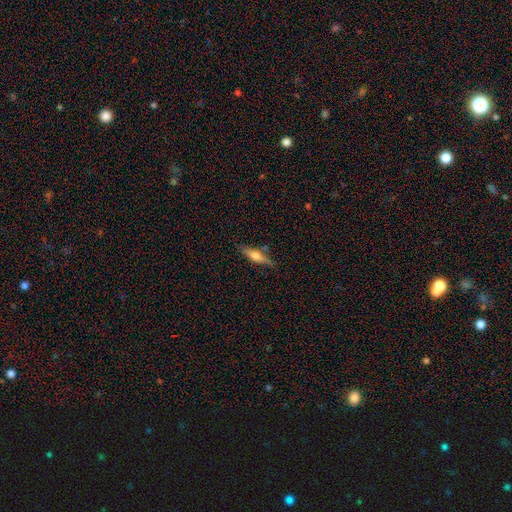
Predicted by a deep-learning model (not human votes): smooth_or_featured: smooth (p=0.50) [alt: featured or disk p=0.43]
merging: none (p=0.78) [alt: minor disturbance p=0.15]